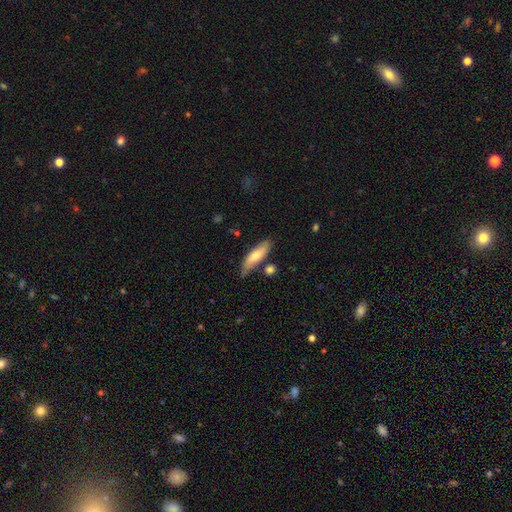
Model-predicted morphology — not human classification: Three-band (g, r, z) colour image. It shows a smooth galaxy with no disk features (65%) that is cigar-shaped (51%). Merging: none (68%).